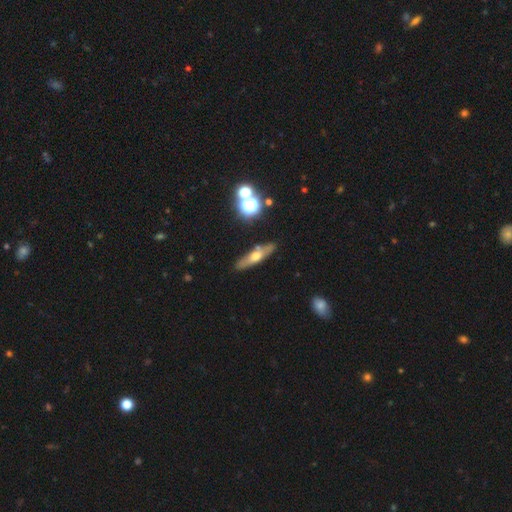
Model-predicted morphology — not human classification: smooth-or-featured: featured or disk: 47% | smooth: 43% | star or artifact: 10%
  merging: none: 85% | minor disturbance: 9% | merger: 3% | major disturbance: 2%